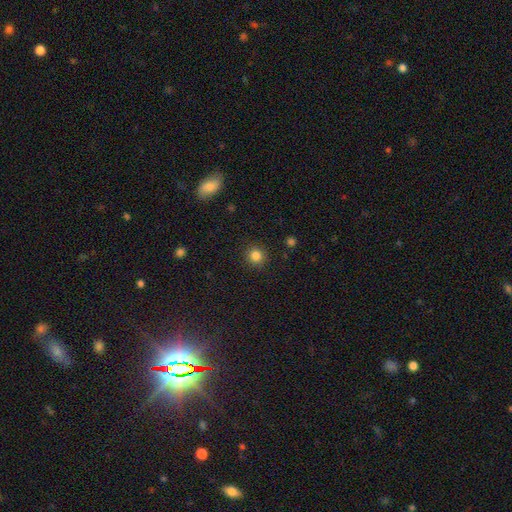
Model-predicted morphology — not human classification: Smooth or featured? smooth (84%)
How rounded? round (92%)
Merging? none (91%)